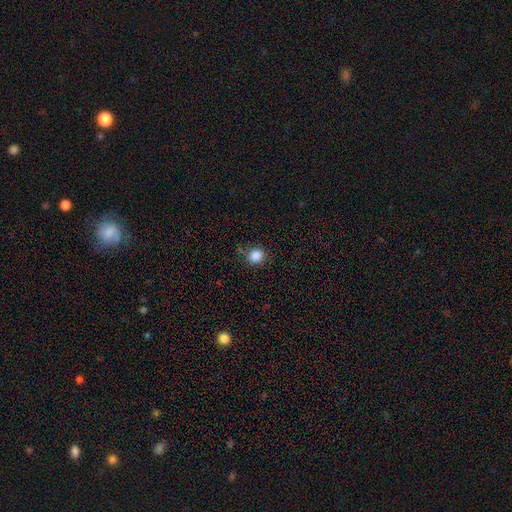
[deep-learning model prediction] smooth_or_featured: smooth (p=0.86) [alt: star or artifact p=0.11]
how_rounded: round (p=0.88) [alt: in between p=0.11]
merging: none (p=0.84) [alt: minor disturbance p=0.11]